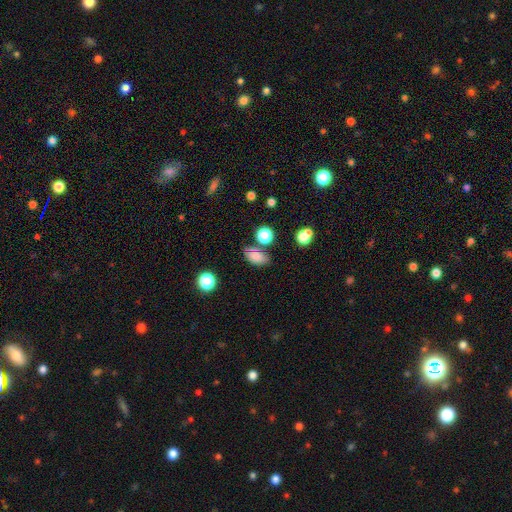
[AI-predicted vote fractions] This is likely a smooth galaxy (76%). How rounded: clearly in between (87%). Merging: likely none (69%).